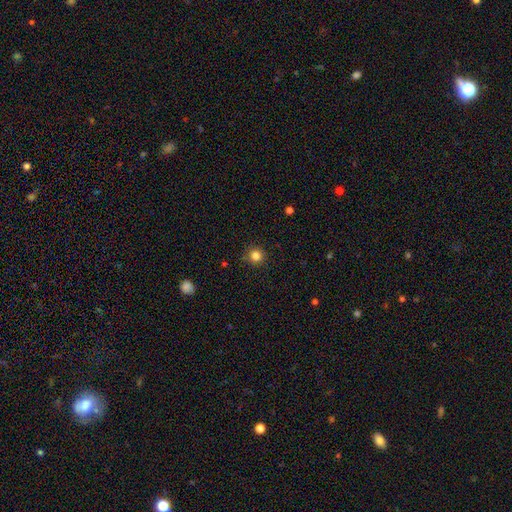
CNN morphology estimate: This appears to be a smooth galaxy with no disk features (83%) that is round (94%). Merging: none (87%).